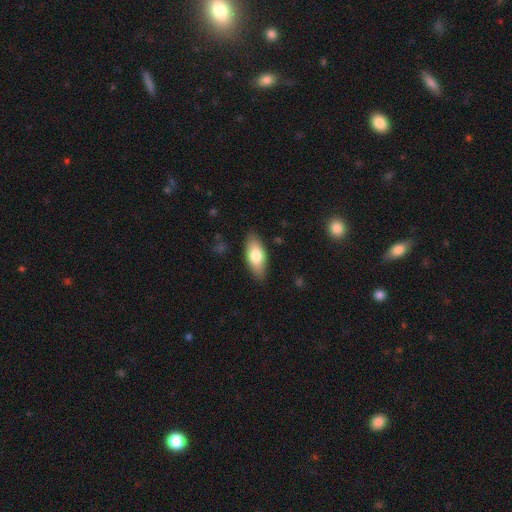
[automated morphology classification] This appears to be a smooth galaxy with no disk features (74%) that is in between round and cigar-shaped (82%). Merging: none (85%).